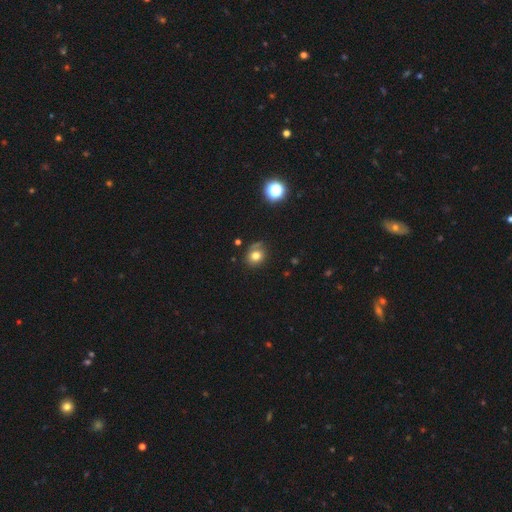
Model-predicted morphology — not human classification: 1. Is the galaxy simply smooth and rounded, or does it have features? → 75% smooth, 13% star or artifact, 12% featured or disk.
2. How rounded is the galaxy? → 67% round, 32% in between, 1% cigar-shaped.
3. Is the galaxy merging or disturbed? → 67% none, 21% minor disturbance, 7% major disturbance, 5% merger.